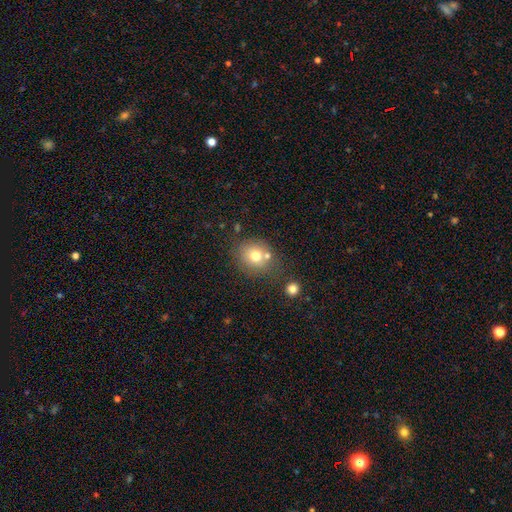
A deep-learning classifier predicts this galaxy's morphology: Smooth or featured: smooth — 72% (featured or disk — 16%)
How rounded: round — 73% (in between — 26%)
Merging: none — 62% (merger — 20%)